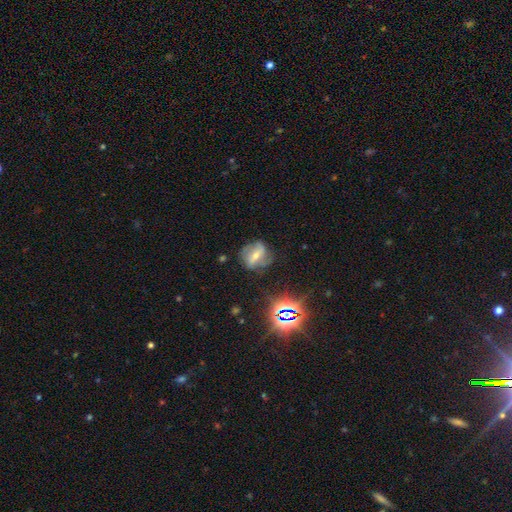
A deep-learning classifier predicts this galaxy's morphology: Smooth or featured?
  - featured or disk: 58% *
  - smooth: 24%
  - star or artifact: 18%
Edge-on disk?
  - no: 91% *
  - yes: 9%
Bar?
  - strong: 51% *
  - weak: 28%
  - no: 21%
Spiral arms?
  - yes: 68% *
  - no: 32%
Bulge size?
  - small: 51% *
  - moderate: 44%
  - large: 2%
  - none: 2%
  - dominant: 1%
Merging?
  - none: 65% *
  - minor disturbance: 22%
  - major disturbance: 11%
  - merger: 2%